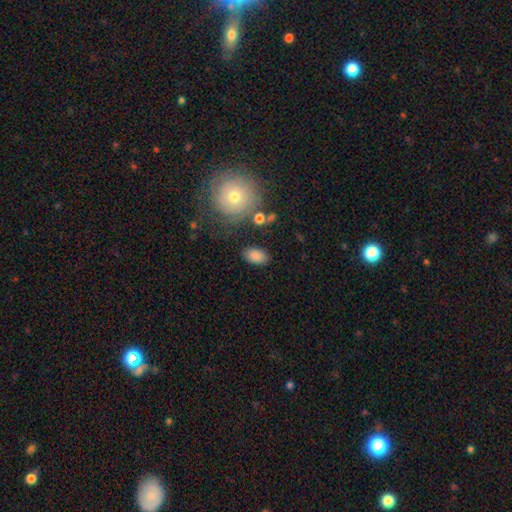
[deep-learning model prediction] The model was most divided on "merging": none: 80%, minor disturbance: 12%, major disturbance: 4%, merger: 4%. More confident: how rounded — in between (89%); smooth or featured — smooth (84%).